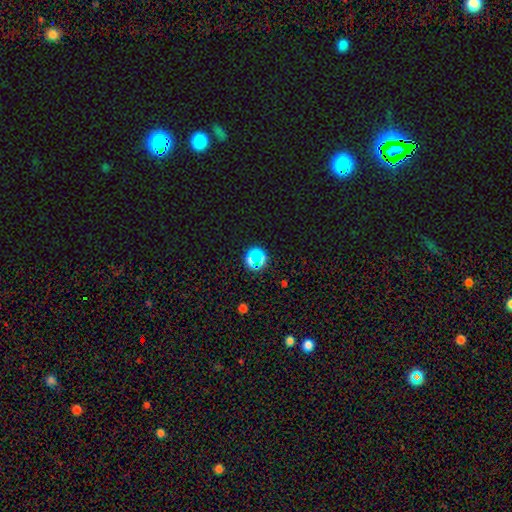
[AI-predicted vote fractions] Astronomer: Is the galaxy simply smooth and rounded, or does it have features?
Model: smooth — 48% (runner-up: star or artifact, 44%).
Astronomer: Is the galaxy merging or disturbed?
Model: none — 80%.